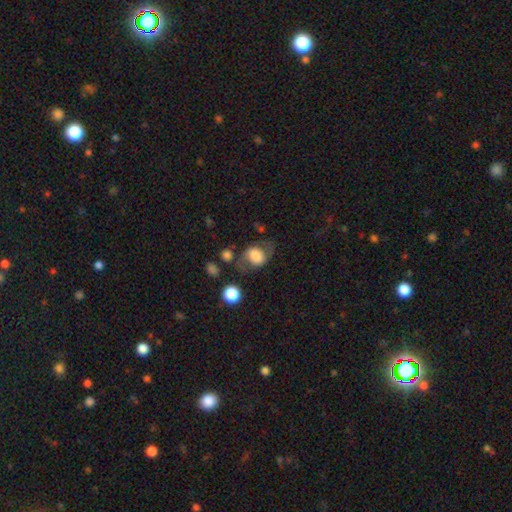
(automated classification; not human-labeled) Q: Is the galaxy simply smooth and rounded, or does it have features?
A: smooth — 60%.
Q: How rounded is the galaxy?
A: in between — 60%.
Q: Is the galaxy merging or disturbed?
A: none — 54%.